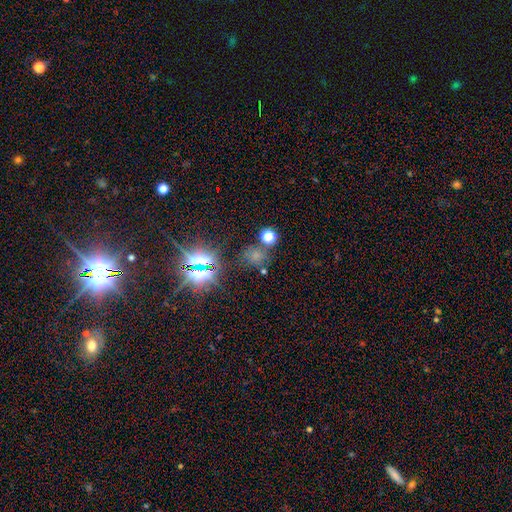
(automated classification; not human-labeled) Q: Smooth or featured?
A: smooth (48%); runner-up: star or artifact (44%)
Q: Merging?
A: none (72%); runner-up: minor disturbance (12%)